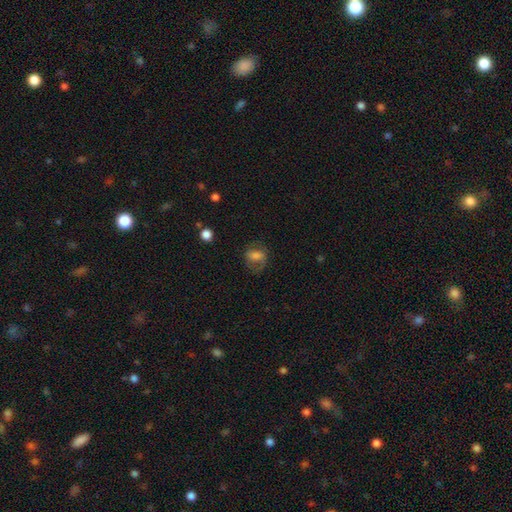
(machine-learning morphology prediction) Smooth or featured: smooth — 58% (featured or disk — 32%)
How rounded: in between — 60% (round — 38%)
Merging: none — 62% (minor disturbance — 21%)